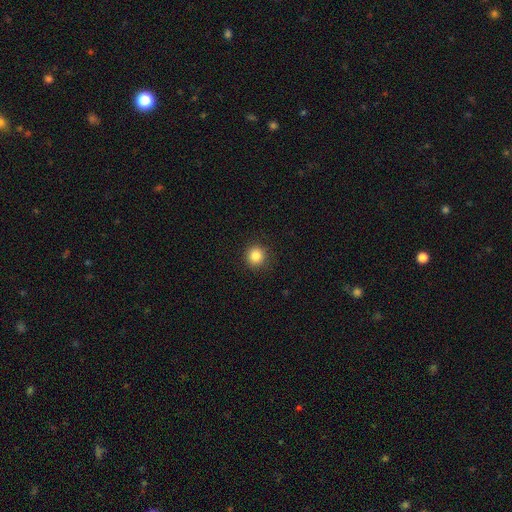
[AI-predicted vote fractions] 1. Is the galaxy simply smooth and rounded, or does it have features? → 85% smooth, 11% star or artifact, 4% featured or disk.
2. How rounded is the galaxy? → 93% round, 6% in between, 1% cigar-shaped.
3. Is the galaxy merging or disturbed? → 91% none, 6% minor disturbance, 2% major disturbance, 1% merger.